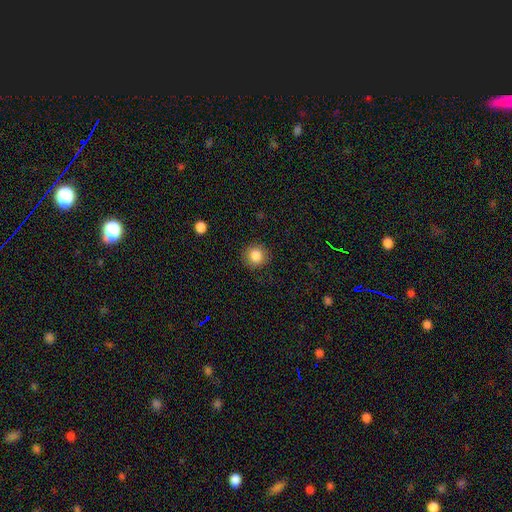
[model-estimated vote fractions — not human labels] Overall: smooth (84%). How rounded: round (92%). Merging: none (90%).